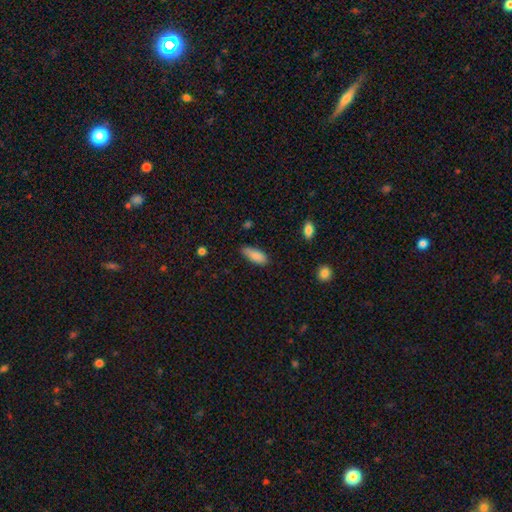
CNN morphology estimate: Smooth or featured?
  - smooth: 87% *
  - star or artifact: 7%
  - featured or disk: 6%
How rounded?
  - in between: 77% *
  - cigar-shaped: 21%
  - round: 2%
Merging?
  - none: 73% *
  - minor disturbance: 22%
  - major disturbance: 4%
  - merger: 2%